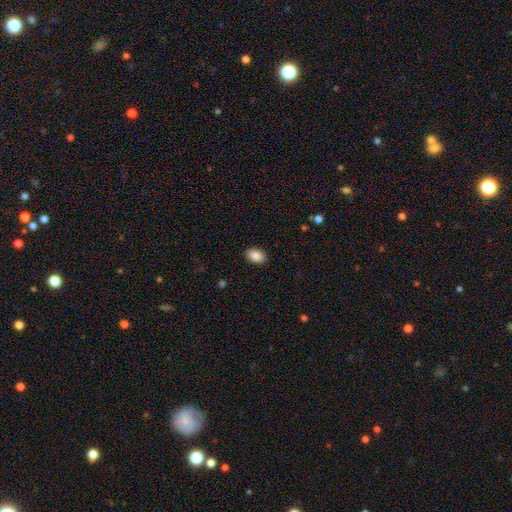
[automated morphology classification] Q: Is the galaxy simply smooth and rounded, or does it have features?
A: smooth — 87%.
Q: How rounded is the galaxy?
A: in between — 81%.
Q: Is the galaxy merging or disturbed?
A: none — 90%.